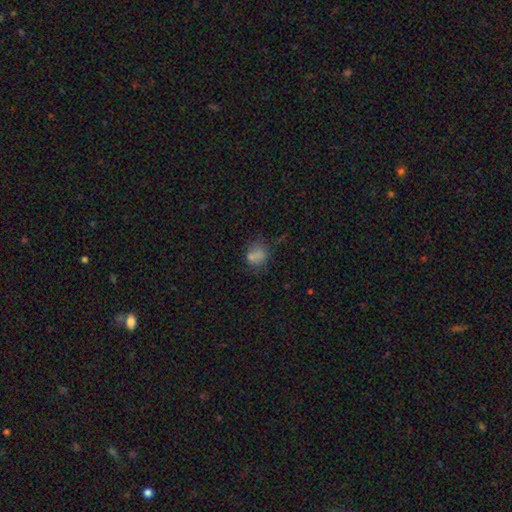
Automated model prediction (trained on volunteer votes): Smooth or featured? Predicted: smooth (p=0.70). How rounded? Predicted: round (p=0.67). Merging? Predicted: none (p=0.49).